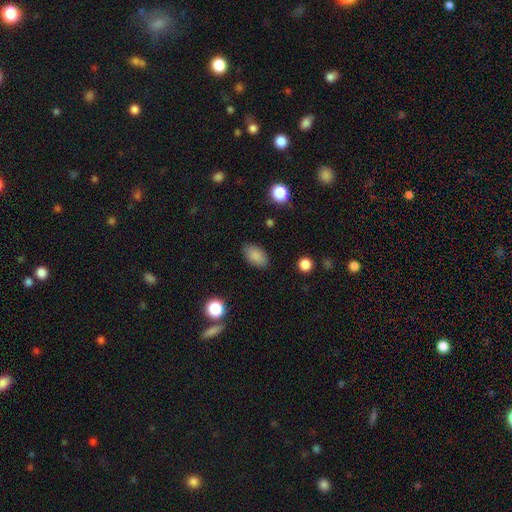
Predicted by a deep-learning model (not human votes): Smooth or featured? smooth (86%)
How rounded? in between (91%)
Merging? none (85%)